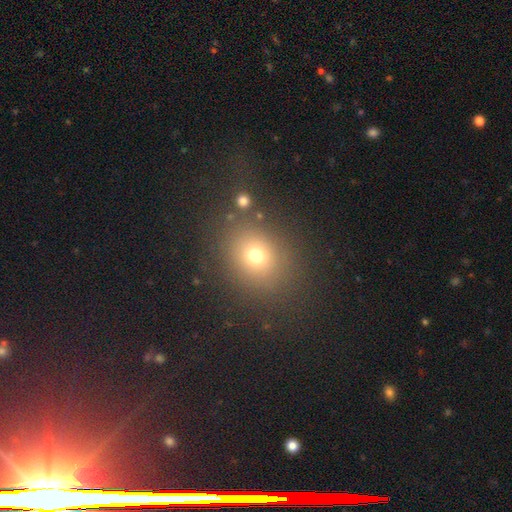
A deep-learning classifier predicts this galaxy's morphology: This is likely a smooth galaxy (72%). How rounded: likely round (66%). Merging: clearly none (81%).